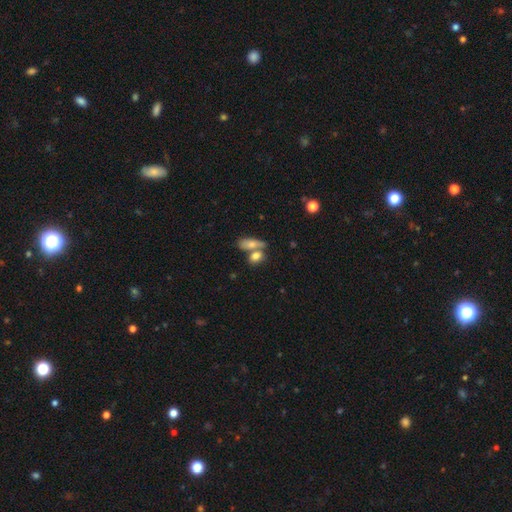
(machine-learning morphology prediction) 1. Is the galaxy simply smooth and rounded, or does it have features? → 77% smooth, 15% featured or disk, 8% star or artifact.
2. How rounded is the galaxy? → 72% in between, 17% round, 11% cigar-shaped.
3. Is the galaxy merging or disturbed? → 45% merger, 42% none, 9% minor disturbance, 4% major disturbance.